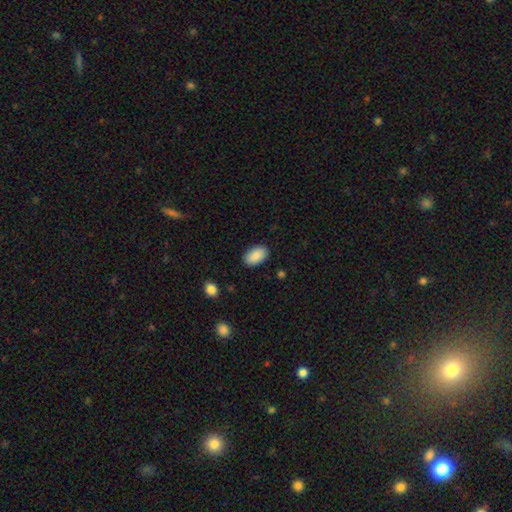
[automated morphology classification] Smooth or featured? Predicted: smooth (p=0.90). How rounded? Predicted: in between (p=0.94). Merging? Predicted: none (p=0.88).